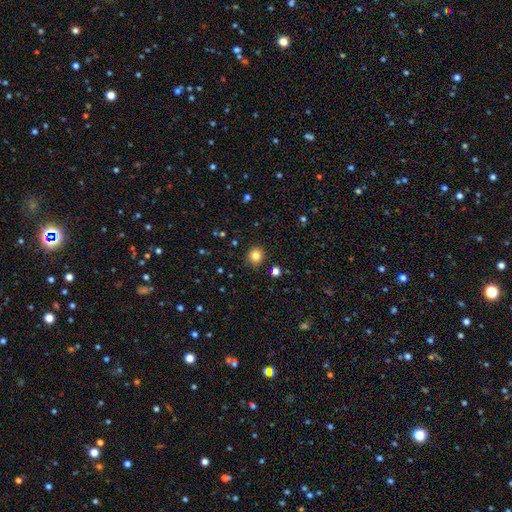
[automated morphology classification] This is clearly a smooth galaxy (83%). How rounded: clearly round (88%). Merging: clearly none (89%).